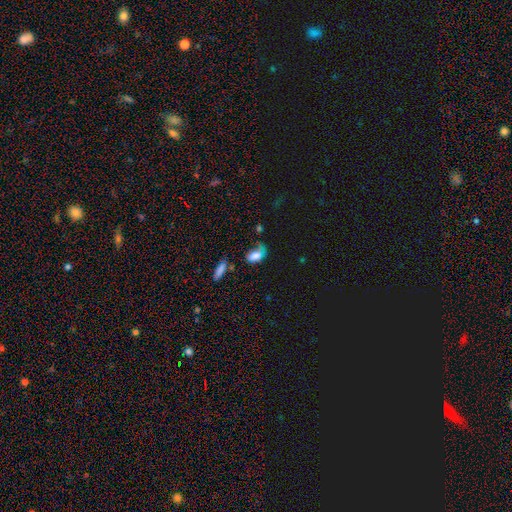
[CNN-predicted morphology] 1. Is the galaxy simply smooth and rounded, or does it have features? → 69% smooth, 19% featured or disk, 13% star or artifact.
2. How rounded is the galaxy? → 86% in between, 11% round, 3% cigar-shaped.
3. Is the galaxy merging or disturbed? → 35% none, 29% major disturbance, 24% minor disturbance, 12% merger.